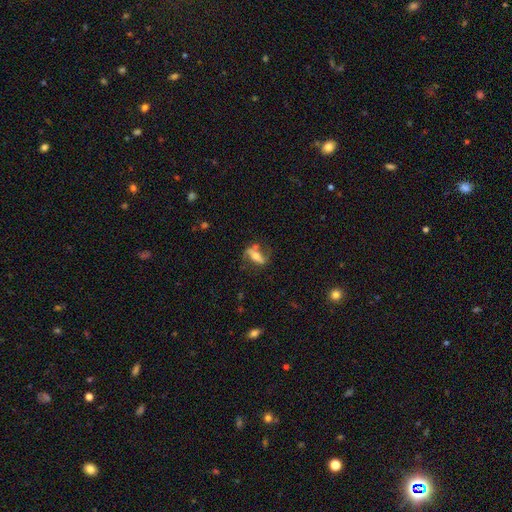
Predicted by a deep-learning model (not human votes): Smooth or featured: featured or disk — 58% (smooth — 34%)
Edge-on disk: no — 66% (yes — 34%)
Merging: none — 57% (minor disturbance — 21%)